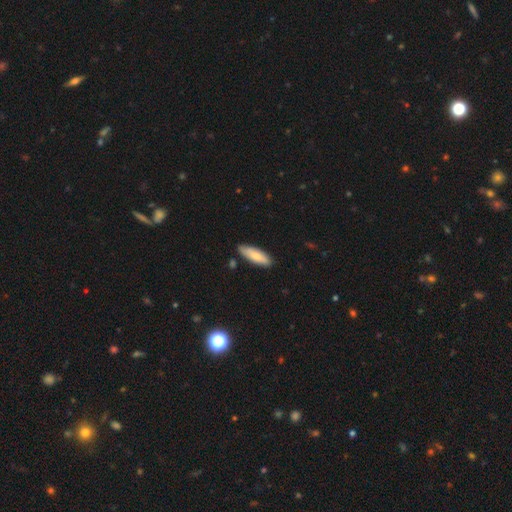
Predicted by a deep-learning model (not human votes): Overall: smooth (76%). How rounded: in between (50%; cigar-shaped 48%). Merging: none (83%).